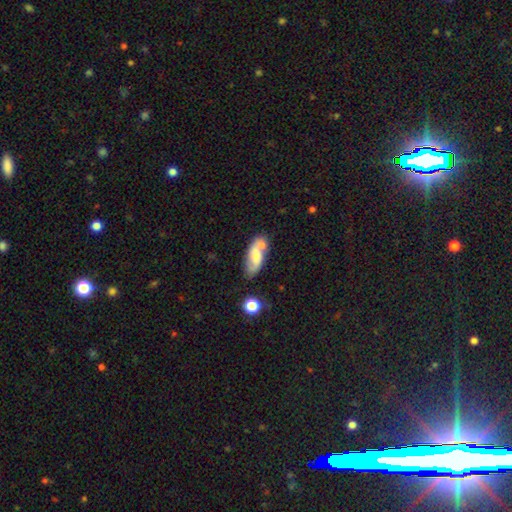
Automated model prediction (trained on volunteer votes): Q: Smooth or featured?
A: smooth (55%); runner-up: featured or disk (37%)
Q: How rounded?
A: in between (76%); runner-up: cigar-shaped (20%)
Q: Merging?
A: none (47%); runner-up: merger (27%)